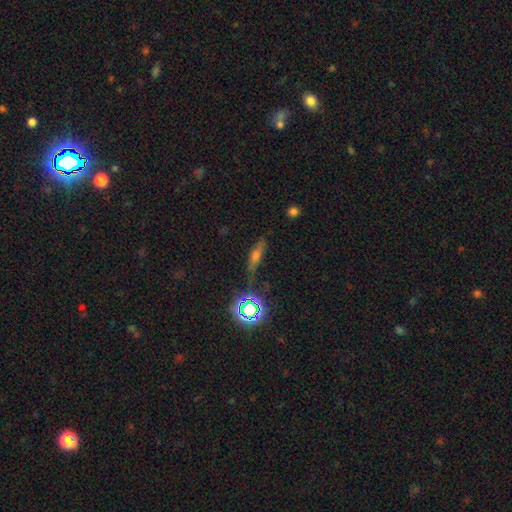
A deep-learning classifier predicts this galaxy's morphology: type=smooth (45%); merging=none (73%).